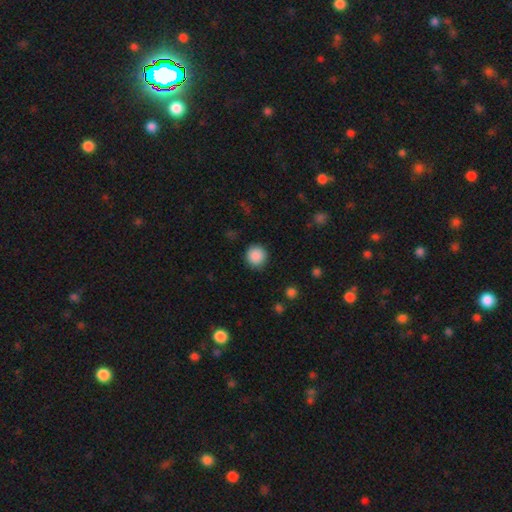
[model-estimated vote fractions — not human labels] smooth_or_featured: smooth (p=0.89) [alt: star or artifact p=0.09]
how_rounded: round (p=0.94) [alt: in between p=0.05]
merging: none (p=0.90) [alt: minor disturbance p=0.07]